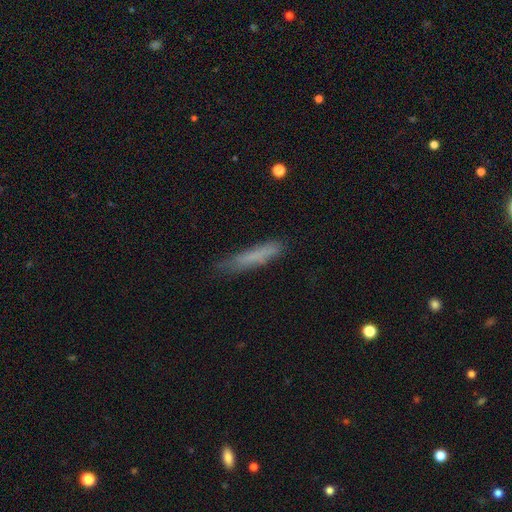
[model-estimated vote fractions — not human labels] This appears to be a smooth galaxy with no disk features (71%) that is cigar-shaped (90%). Merging: none (71%).